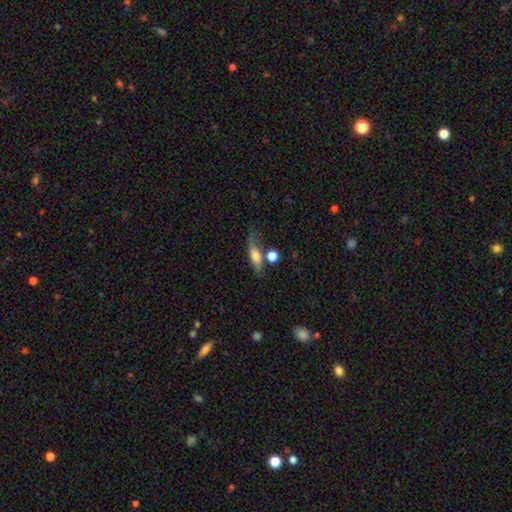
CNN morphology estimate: smooth_or_featured: smooth (p=0.57) [alt: featured or disk p=0.34]
how_rounded: in between (p=0.47) [alt: cigar-shaped p=0.43]
merging: none (p=0.57) [alt: minor disturbance p=0.20]